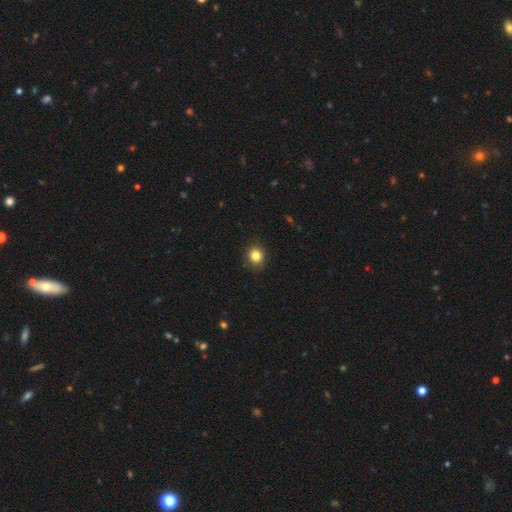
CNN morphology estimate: Smooth or featured: smooth — 84% (star or artifact — 11%)
How rounded: round — 80% (in between — 19%)
Merging: none — 90% (minor disturbance — 8%)